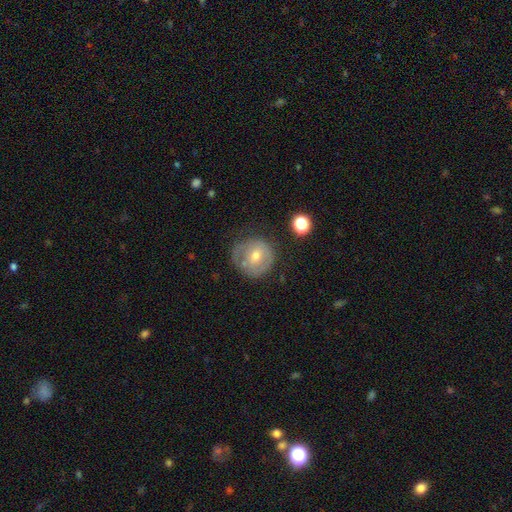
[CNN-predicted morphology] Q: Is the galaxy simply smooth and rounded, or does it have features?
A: smooth — 49%.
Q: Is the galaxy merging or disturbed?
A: none — 59%.